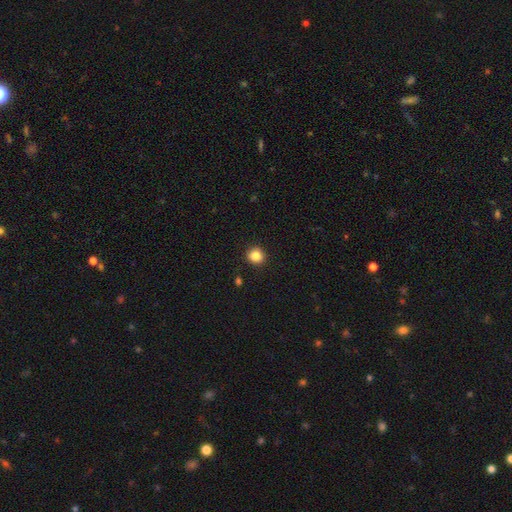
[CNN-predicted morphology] Smooth or featured? Predicted: smooth (p=0.85). How rounded? Predicted: round (p=0.88). Merging? Predicted: none (p=0.91).